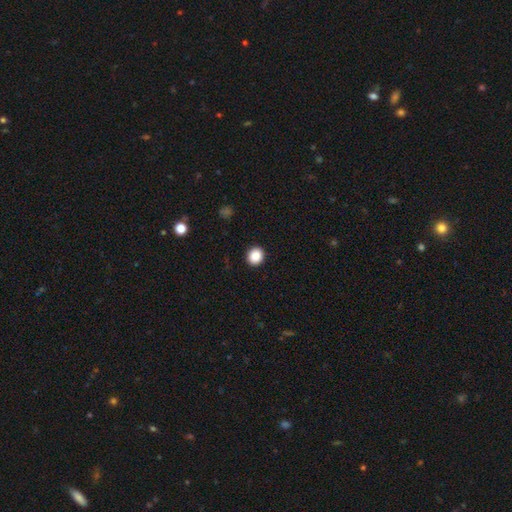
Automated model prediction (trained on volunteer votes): A smooth galaxy with no disk features (88%) that is round (84%).

Vote fractions:
- Smooth or featured? smooth: 88% / star or artifact: 9% / featured or disk: 3%
- How rounded? round: 84% / in between: 15% / cigar-shaped: 1%
- Merging? none: 92% / minor disturbance: 5% / major disturbance: 2% / merger: 1%